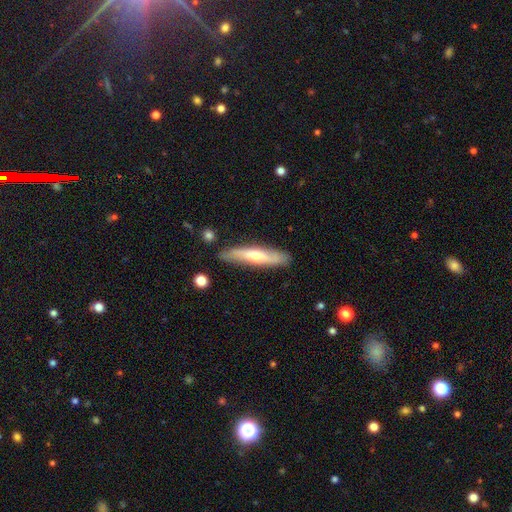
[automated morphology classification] Smooth or featured? Predicted: featured or disk (p=0.48). Merging? Predicted: none (p=0.83).